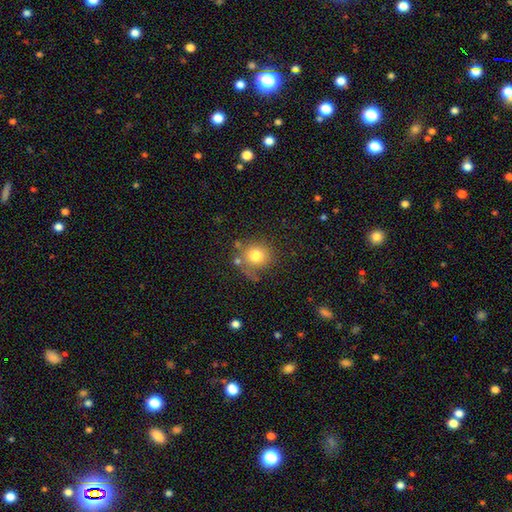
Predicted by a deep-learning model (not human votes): Q: Smooth or featured?
A: smooth (77%); runner-up: featured or disk (12%)
Q: How rounded?
A: round (86%); runner-up: in between (13%)
Q: Merging?
A: none (61%); runner-up: minor disturbance (19%)